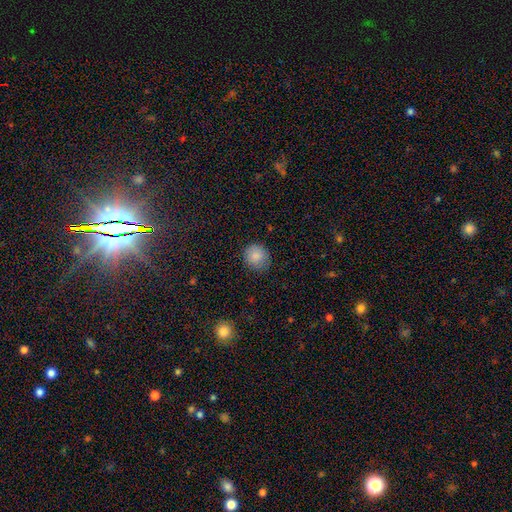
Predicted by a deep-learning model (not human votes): Q: Smooth or featured?
A: smooth (87%); runner-up: star or artifact (9%)
Q: How rounded?
A: round (85%); runner-up: in between (14%)
Q: Merging?
A: none (82%); runner-up: minor disturbance (14%)